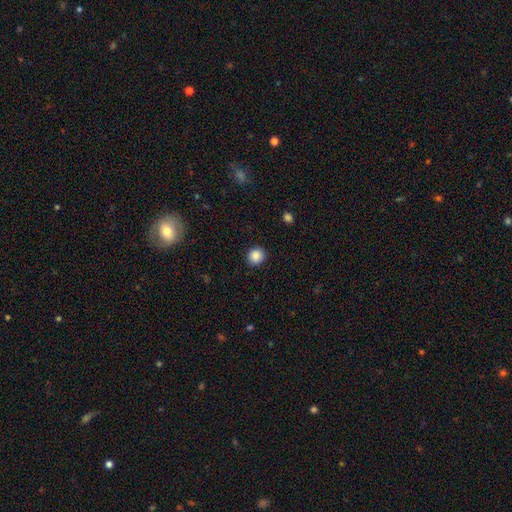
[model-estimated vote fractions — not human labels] This appears to be a smooth galaxy with no disk features (87%) that is round (88%). Merging: none (91%).